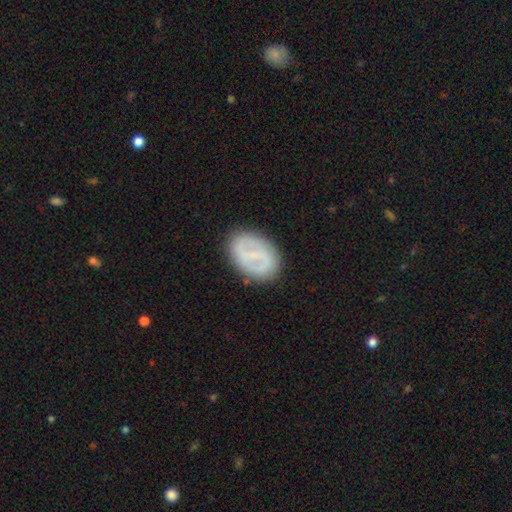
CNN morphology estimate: Smooth or featured?
  - featured or disk: 55% *
  - smooth: 38%
  - star or artifact: 7%
Edge-on disk?
  - no: 96% *
  - yes: 4%
Bar?
  - weak: 42% *
  - strong: 36%
  - no: 22%
Spiral arms?
  - yes: 58% *
  - no: 42%
Bulge size?
  - none: 43% * (tied)
  - small: 43% * (tied)
  - moderate: 11%
  - large: 2%
  - dominant: 1%
Merging?
  - none: 84% *
  - minor disturbance: 11%
  - major disturbance: 4%
  - merger: 1%